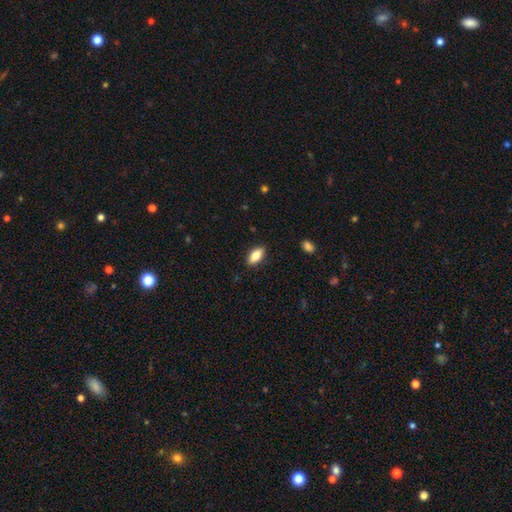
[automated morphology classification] Smooth or featured?
  - smooth: 81% *
  - featured or disk: 12%
  - star or artifact: 7%
How rounded?
  - in between: 87% *
  - cigar-shaped: 10%
  - round: 3%
Merging?
  - none: 88% *
  - minor disturbance: 9%
  - major disturbance: 2%
  - merger: 1%